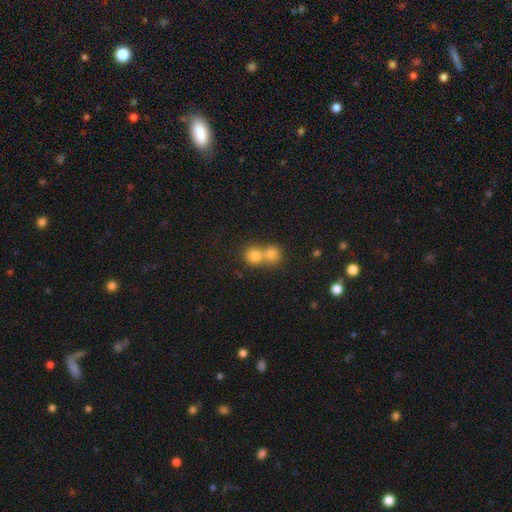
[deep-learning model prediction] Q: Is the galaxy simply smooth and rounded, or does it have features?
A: smooth — 76%.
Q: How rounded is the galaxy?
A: round — 85%.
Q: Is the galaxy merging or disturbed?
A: merger — 56%.